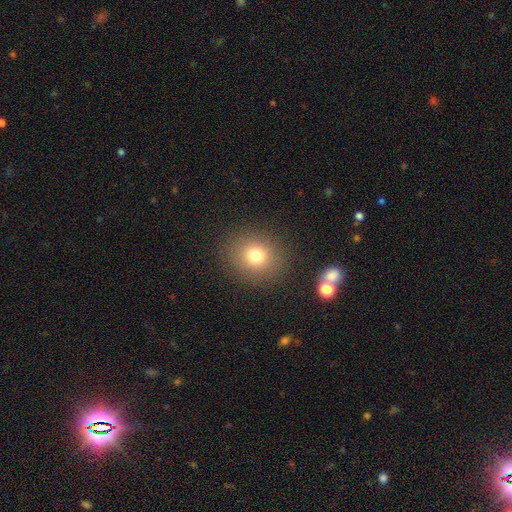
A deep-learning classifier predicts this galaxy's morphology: Q: Smooth or featured?
A: smooth (75%); runner-up: star or artifact (15%)
Q: How rounded?
A: round (82%); runner-up: in between (17%)
Q: Merging?
A: none (87%); runner-up: minor disturbance (7%)